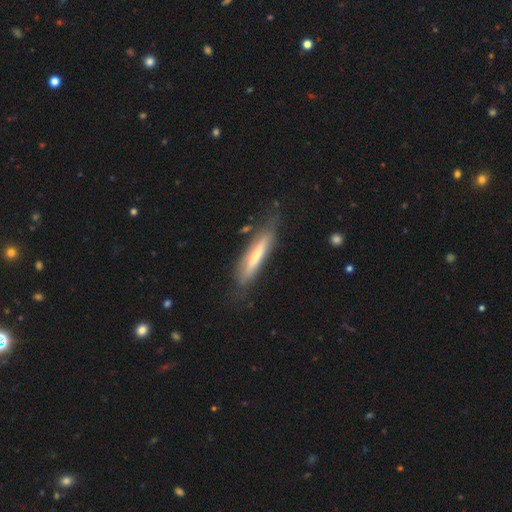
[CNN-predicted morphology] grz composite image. It shows a featured or disk galaxy (48%). Merging: none (74%).